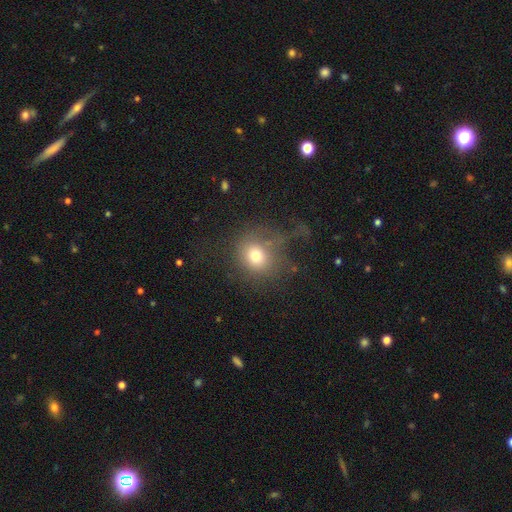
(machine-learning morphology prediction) Q: Smooth or featured?
A: smooth (72%); runner-up: featured or disk (14%)
Q: How rounded?
A: round (77%); runner-up: in between (22%)
Q: Merging?
A: none (46%); runner-up: major disturbance (31%)